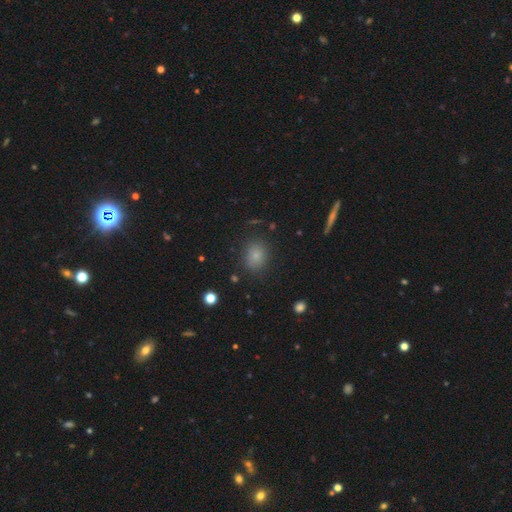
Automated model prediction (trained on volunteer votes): smooth 78%, star or artifact 14%, featured or disk 8%. Down the decision tree: how rounded — round (53%); merging — none (83%).